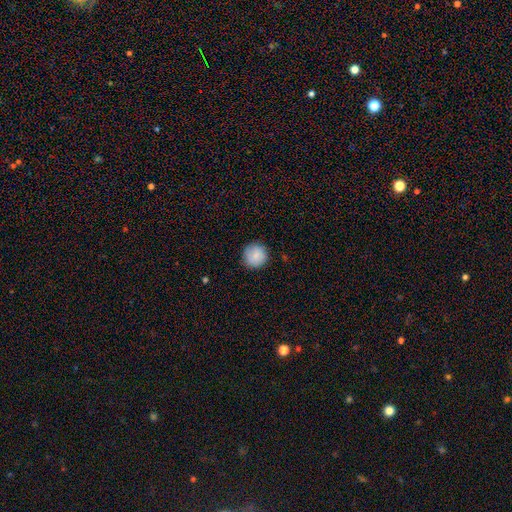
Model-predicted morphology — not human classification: Smooth or featured: smooth — 86% (star or artifact — 7%)
How rounded: round — 95% (in between — 4%)
Merging: none — 87% (minor disturbance — 10%)